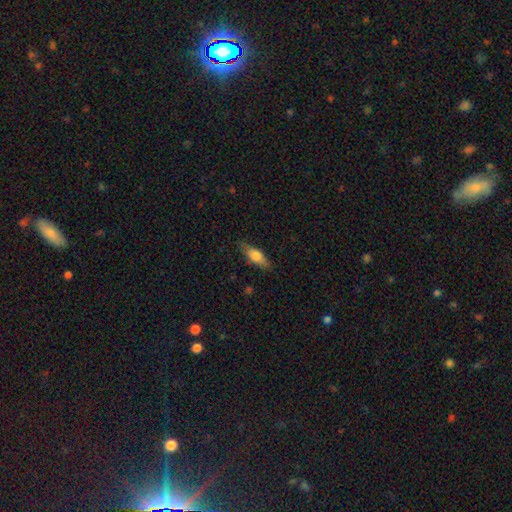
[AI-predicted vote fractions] A smooth galaxy with no disk features (67%) that is in between round and cigar-shaped (57%). Merging: none (80%).